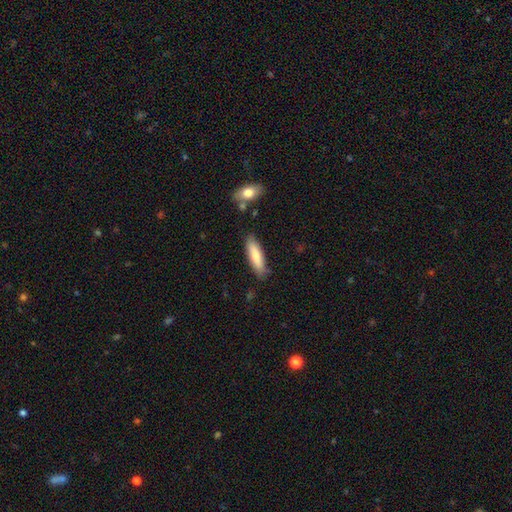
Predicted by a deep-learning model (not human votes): Overall: smooth (77%). How rounded: cigar-shaped (66%; in between 33%). Merging: none (83%).